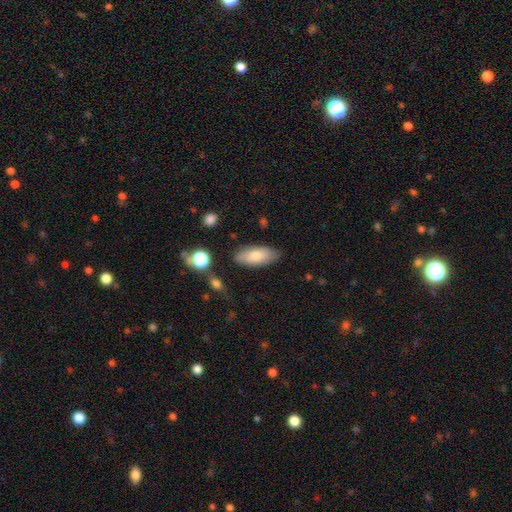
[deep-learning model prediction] Q: Smooth or featured?
A: smooth (74%); runner-up: featured or disk (19%)
Q: How rounded?
A: in between (86%); runner-up: cigar-shaped (12%)
Q: Merging?
A: none (80%); runner-up: minor disturbance (14%)